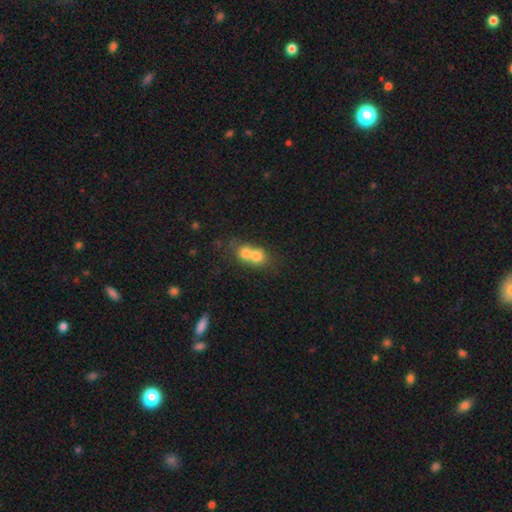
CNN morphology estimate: smooth 71%, featured or disk 19%, star or artifact 10%. Down the decision tree: how rounded — round (73%); merging — merger (72%).